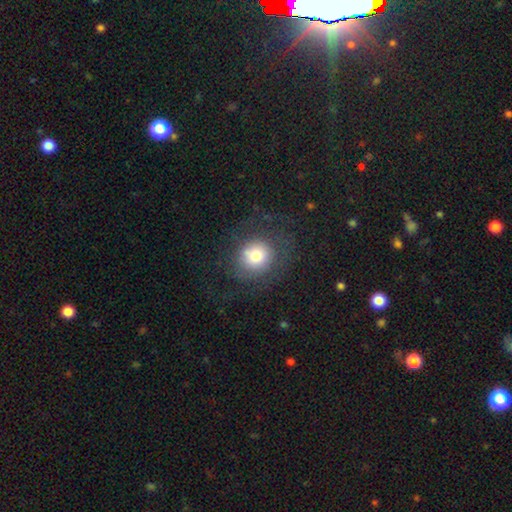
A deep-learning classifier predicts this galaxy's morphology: This is likely a smooth galaxy (70%). How rounded: clearly round (83%). Merging: likely none (67%).